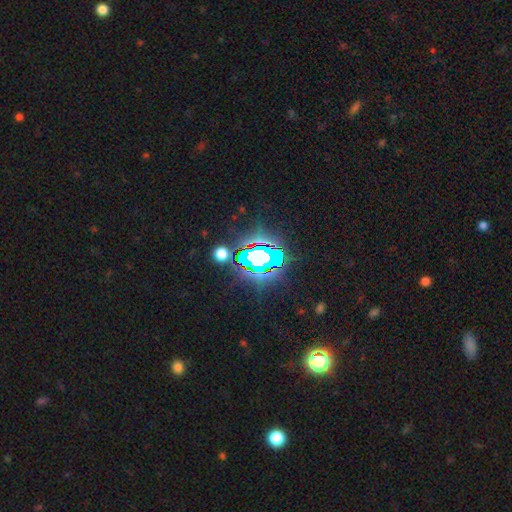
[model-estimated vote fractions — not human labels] smooth_or_featured: star or artifact (p=0.70) [alt: smooth p=0.16]